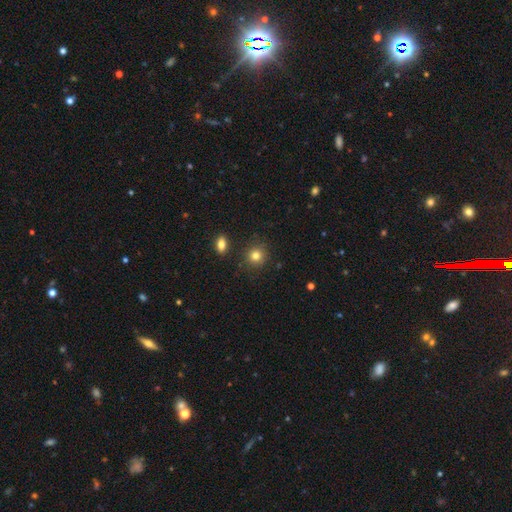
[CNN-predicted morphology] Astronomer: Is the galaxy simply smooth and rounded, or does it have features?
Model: smooth — 81%.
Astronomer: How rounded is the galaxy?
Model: round — 88%.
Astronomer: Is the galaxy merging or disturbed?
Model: none — 87%.